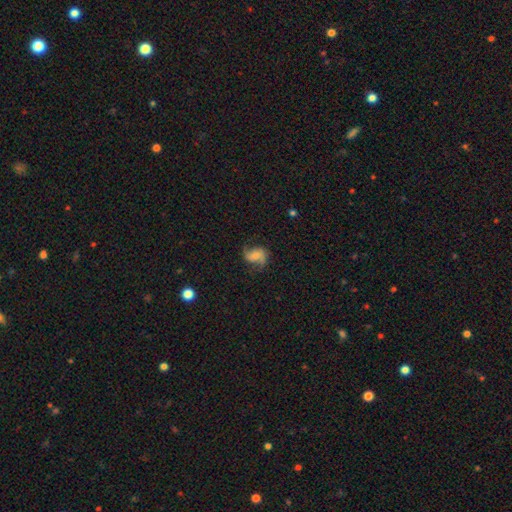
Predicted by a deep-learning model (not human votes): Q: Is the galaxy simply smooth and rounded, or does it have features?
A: featured or disk — 66%.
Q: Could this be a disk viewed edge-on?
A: no — 97%.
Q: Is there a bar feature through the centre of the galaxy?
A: no — 49%.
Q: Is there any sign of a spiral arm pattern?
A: yes — 93%.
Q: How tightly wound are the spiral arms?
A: loose — 52%.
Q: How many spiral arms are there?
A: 2 — 88%.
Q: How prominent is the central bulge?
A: small — 45%.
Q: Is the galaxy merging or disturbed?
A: none — 68%.